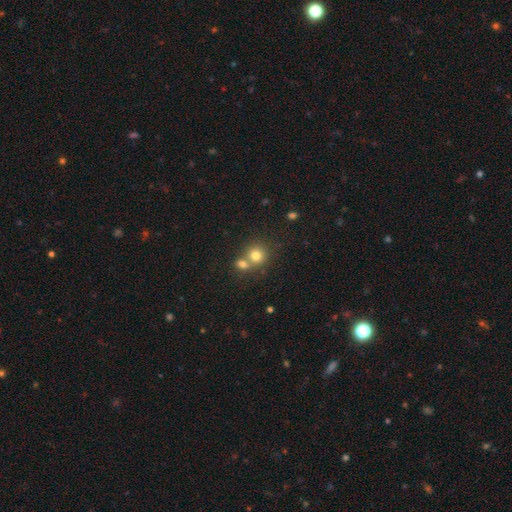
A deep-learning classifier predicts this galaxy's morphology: This appears to be a smooth galaxy with no disk features (77%) that is round (85%). Merging: merger (46%).